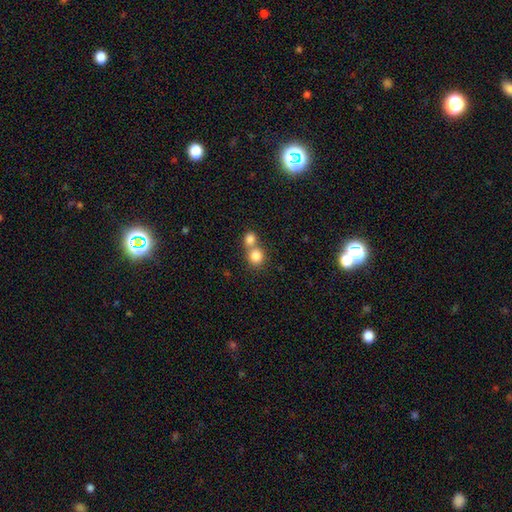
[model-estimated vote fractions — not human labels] Smooth or featured? smooth (83%)
How rounded? round (84%)
Merging? merger (53%)